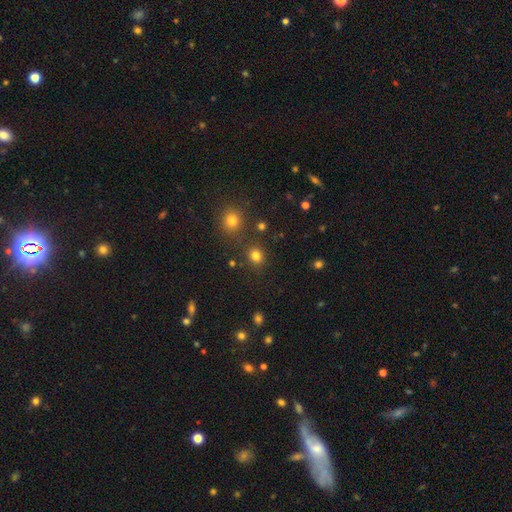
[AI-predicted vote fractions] Overall: smooth (80%). How rounded: round (74%). Merging: none (81%).